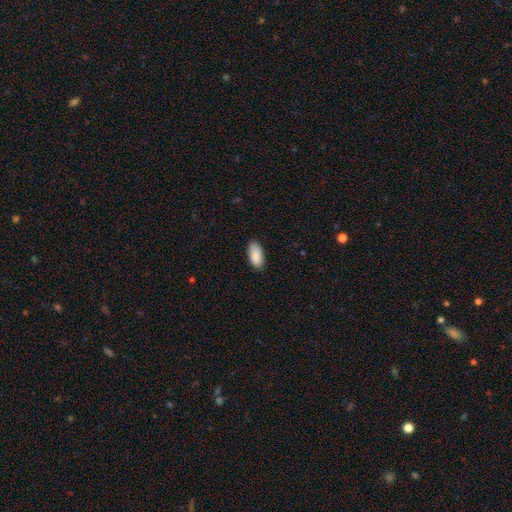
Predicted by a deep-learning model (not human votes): smooth-or-featured: smooth: 90% | star or artifact: 6% | featured or disk: 4%
  how-rounded: in between: 92% | cigar-shaped: 6% | round: 2%
  merging: none: 85% | minor disturbance: 12% | major disturbance: 2% | merger: 1%